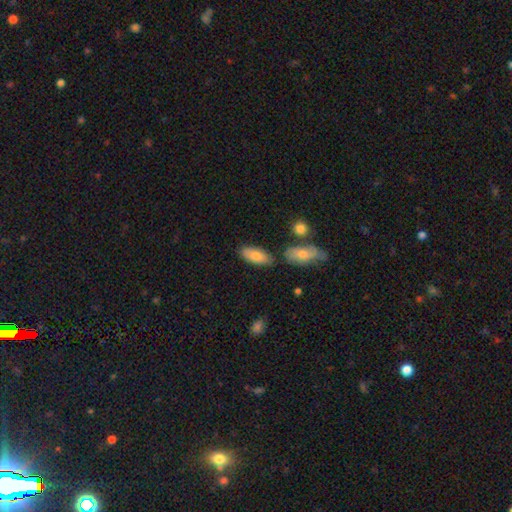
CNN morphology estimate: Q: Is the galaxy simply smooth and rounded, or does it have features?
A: smooth — 83%.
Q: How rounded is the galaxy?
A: in between — 84%.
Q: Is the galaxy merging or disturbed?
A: none — 73%.